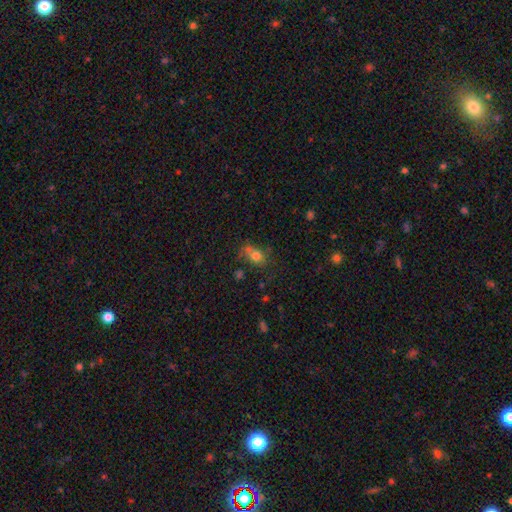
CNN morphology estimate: Smooth or featured? smooth (74%)
How rounded? round (54%)
Merging? none (50%)